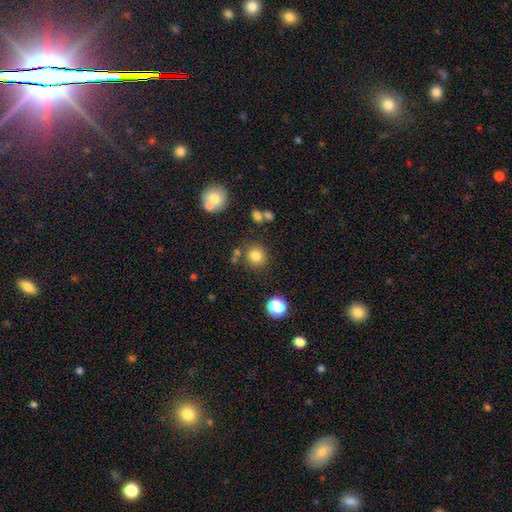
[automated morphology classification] Smooth or featured?
  - smooth: 80% *
  - star or artifact: 14%
  - featured or disk: 7%
How rounded?
  - round: 92% *
  - in between: 7%
  - cigar-shaped: 1%
Merging?
  - none: 79% *
  - minor disturbance: 9%
  - merger: 8%
  - major disturbance: 4%